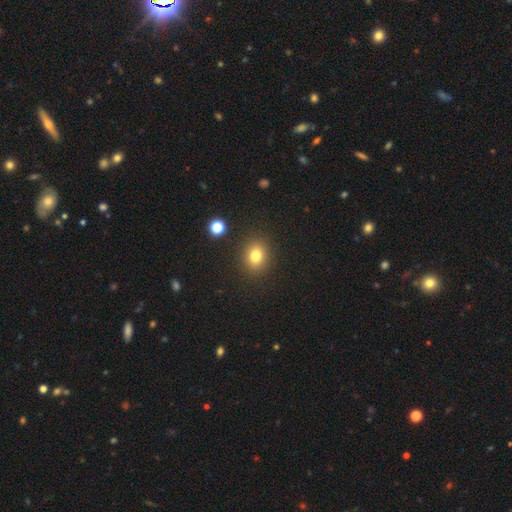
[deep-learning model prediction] A smooth galaxy with no disk features (79%) that is round (60%).

Vote fractions:
- Smooth or featured? smooth: 79% / star or artifact: 13% / featured or disk: 8%
- How rounded? round: 60% / in between: 39% / cigar-shaped: 1%
- Merging? none: 88% / minor disturbance: 7% / major disturbance: 3% / merger: 2%